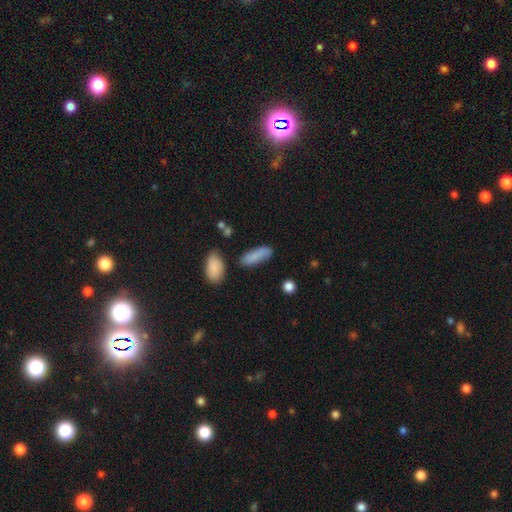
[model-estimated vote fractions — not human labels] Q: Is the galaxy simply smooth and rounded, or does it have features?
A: smooth — 83%.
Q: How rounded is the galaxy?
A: in between — 54%.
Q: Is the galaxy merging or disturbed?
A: none — 70%.